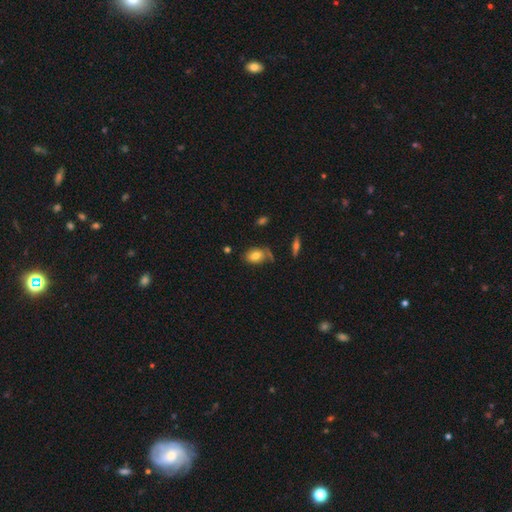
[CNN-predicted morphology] This appears to be a smooth galaxy with no disk features (74%) that is in between round and cigar-shaped (84%). Merging: none (62%).